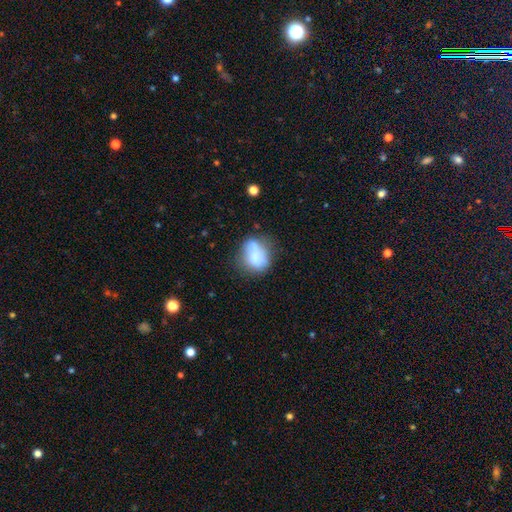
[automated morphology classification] This appears to be a smooth galaxy with no disk features (69%) that is in between round and cigar-shaped (65%). Merging: none (40%).